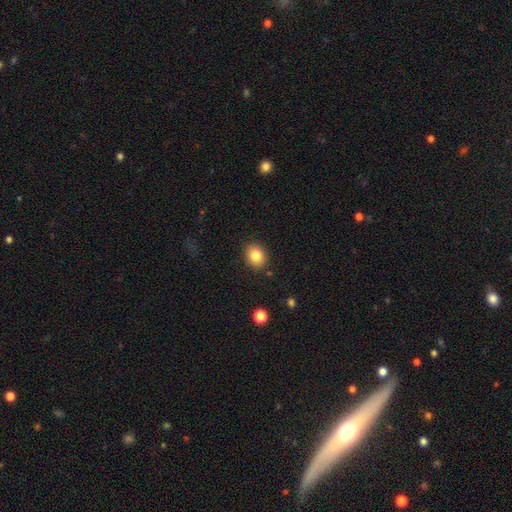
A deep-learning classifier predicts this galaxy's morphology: This is clearly a smooth galaxy (83%). How rounded: possibly in between (54%). Merging: clearly none (88%).